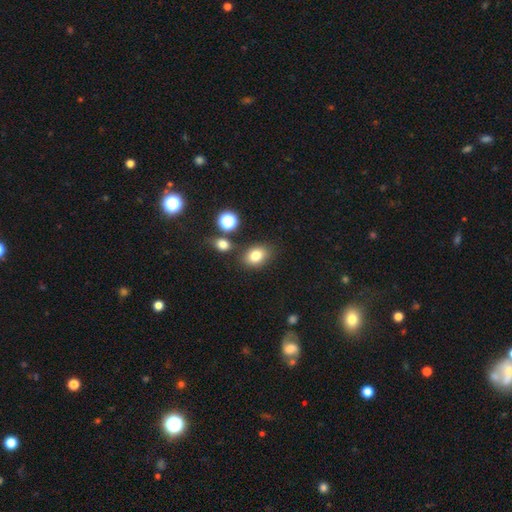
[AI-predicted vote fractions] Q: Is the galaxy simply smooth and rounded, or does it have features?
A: smooth — 79%.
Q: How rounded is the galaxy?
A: in between — 70%.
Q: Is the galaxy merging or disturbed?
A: none — 77%.